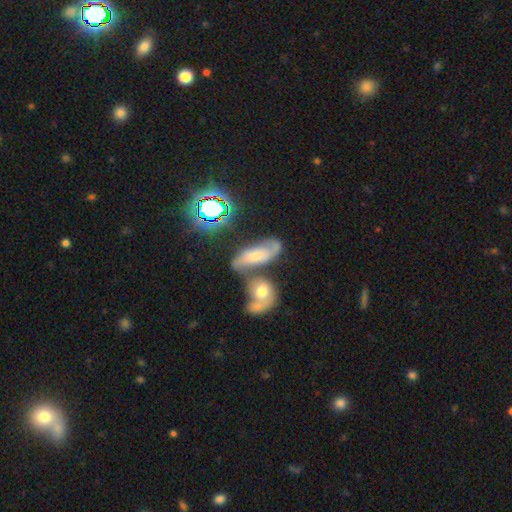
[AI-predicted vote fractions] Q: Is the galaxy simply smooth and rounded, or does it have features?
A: featured or disk — 49%.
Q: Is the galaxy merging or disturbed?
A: merger — 40%.